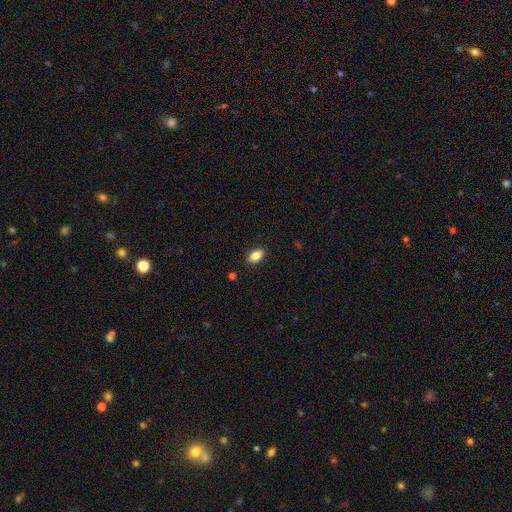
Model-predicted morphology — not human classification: smooth_or_featured: smooth (p=0.84) [alt: star or artifact p=0.08]
how_rounded: in between (p=0.89) [alt: round p=0.07]
merging: none (p=0.89) [alt: minor disturbance p=0.08]